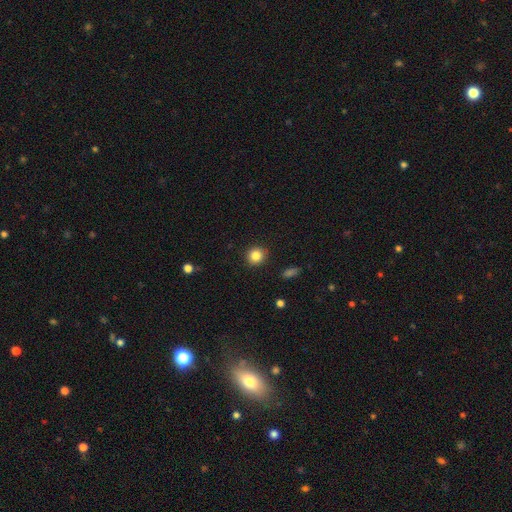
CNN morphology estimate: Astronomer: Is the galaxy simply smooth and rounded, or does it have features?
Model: smooth — 84%.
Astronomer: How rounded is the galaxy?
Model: round — 89%.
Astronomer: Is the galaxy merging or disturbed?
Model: none — 91%.